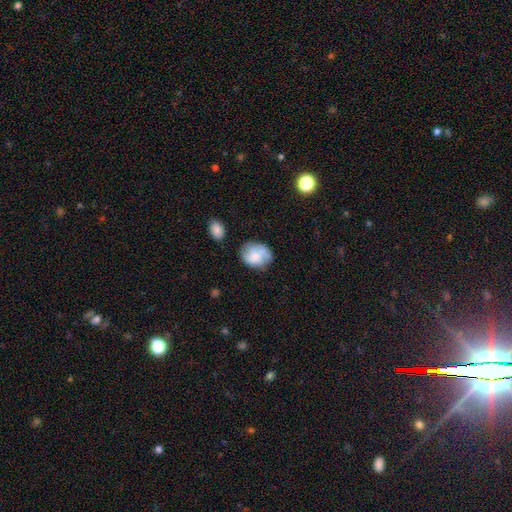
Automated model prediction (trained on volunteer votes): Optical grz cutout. It shows a smooth galaxy with no disk features (62%) that is round (50%). Merging: none (58%).